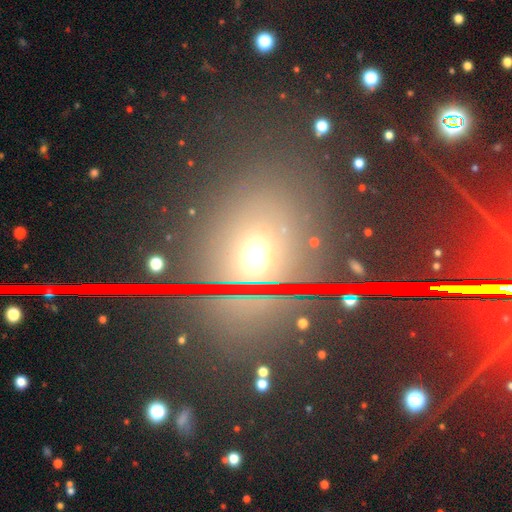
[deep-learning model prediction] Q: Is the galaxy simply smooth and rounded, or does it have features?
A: smooth — 45%.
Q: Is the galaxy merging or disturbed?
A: none — 76%.